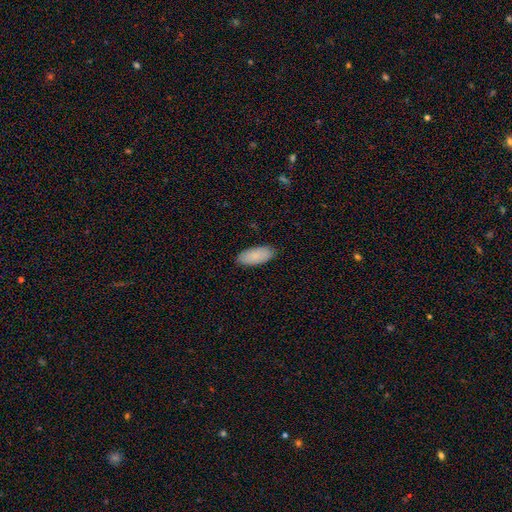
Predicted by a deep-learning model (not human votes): Smooth or featured? smooth (87%)
How rounded? in between (87%)
Merging? none (88%)